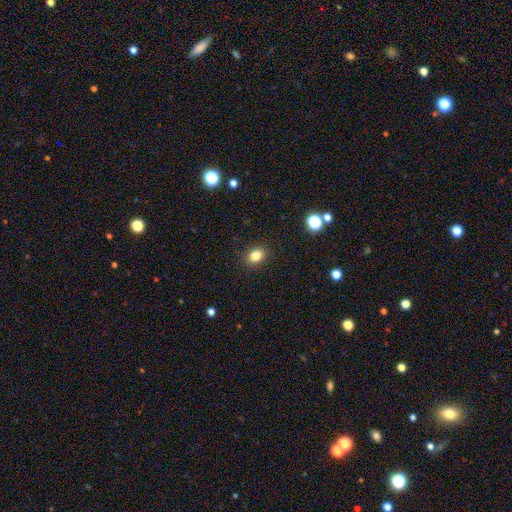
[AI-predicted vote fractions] Smooth or featured: smooth — 83% (star or artifact — 11%)
How rounded: in between — 67% (round — 32%)
Merging: none — 89% (minor disturbance — 8%)